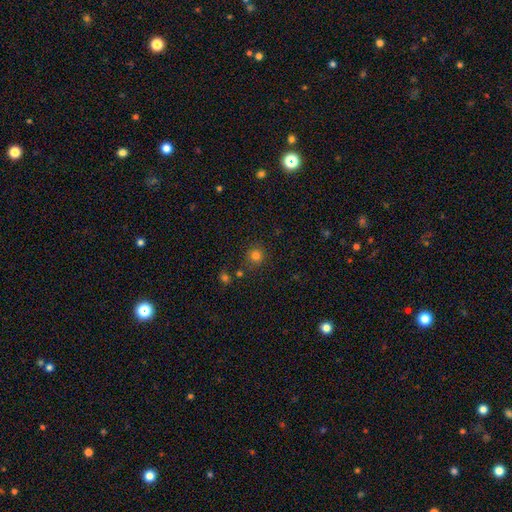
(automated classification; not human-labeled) smooth-or-featured: smooth: 78% | star or artifact: 16% | featured or disk: 6%
  how-rounded: round: 92% | in between: 7% | cigar-shaped: 1%
  merging: none: 82% | minor disturbance: 9% | merger: 6% | major disturbance: 3%